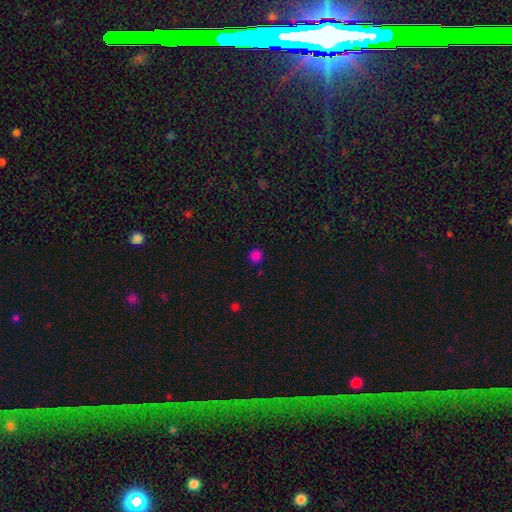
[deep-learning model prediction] Q: Smooth or featured?
A: smooth (81%); runner-up: star or artifact (16%)
Q: How rounded?
A: round (94%); runner-up: in between (5%)
Q: Merging?
A: none (88%); runner-up: minor disturbance (7%)